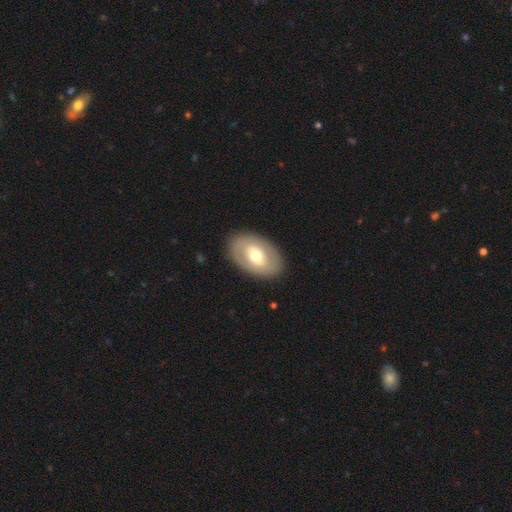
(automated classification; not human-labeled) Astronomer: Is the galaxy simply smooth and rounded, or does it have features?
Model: smooth — 49% (runner-up: featured or disk, 46%).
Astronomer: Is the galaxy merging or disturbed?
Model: none — 86%.